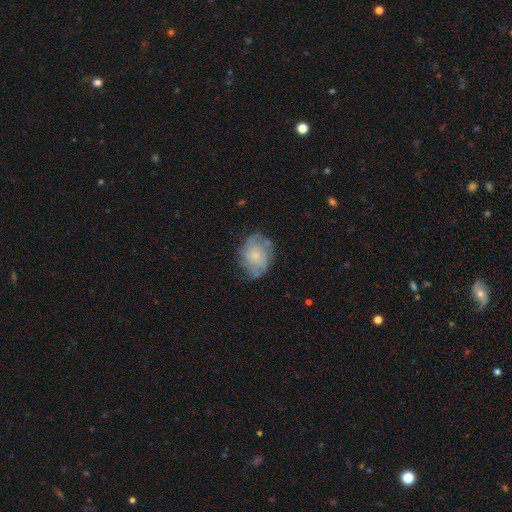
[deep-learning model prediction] A featured or disk galaxy (53%) with no bar (84%), spiral arms (72%) and a small central bulge (64%).

Vote fractions:
- Smooth or featured? featured or disk: 53% / smooth: 39% / star or artifact: 8%
- Edge-on disk? no: 97% / yes: 3%
- Bar? no: 84% / weak: 14% / strong: 2%
- Spiral arms? yes: 72% / no: 28%
- Bulge size? small: 64% / moderate: 24% / none: 9% / large: 3% / dominant: 1%
- Merging? none: 62% / minor disturbance: 26% / major disturbance: 10% / merger: 2%